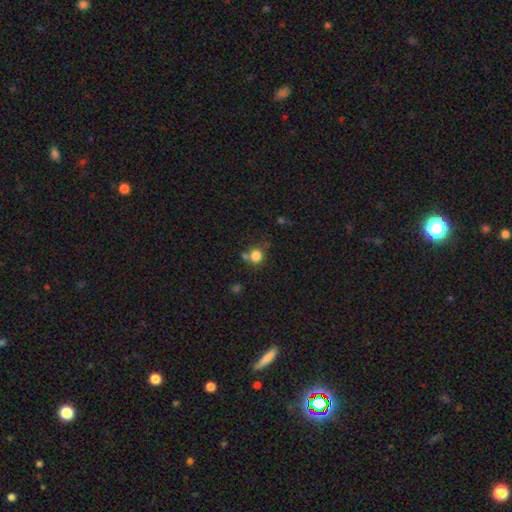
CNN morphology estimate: This is clearly a smooth galaxy (81%). How rounded: clearly round (85%). Merging: likely none (62%).